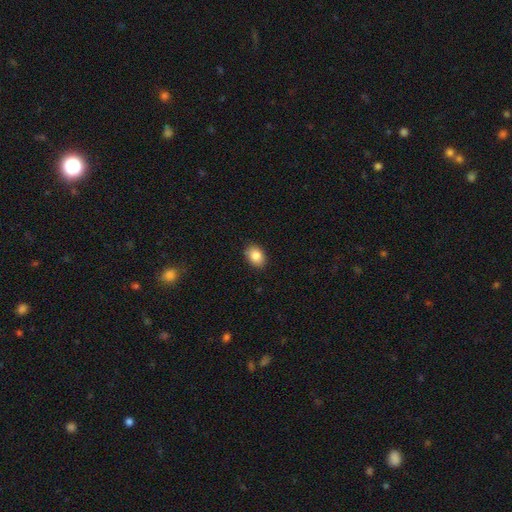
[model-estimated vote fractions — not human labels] Smooth or featured? smooth (85%)
How rounded? in between (77%)
Merging? none (88%)